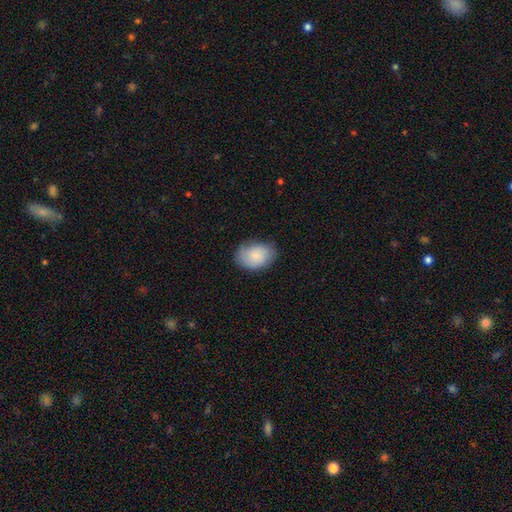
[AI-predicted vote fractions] Smooth or featured?
  - smooth: 79% *
  - featured or disk: 15%
  - star or artifact: 7%
How rounded?
  - in between: 76% *
  - round: 23%
  - cigar-shaped: 1%
Merging?
  - none: 70% *
  - minor disturbance: 23%
  - major disturbance: 6%
  - merger: 1%